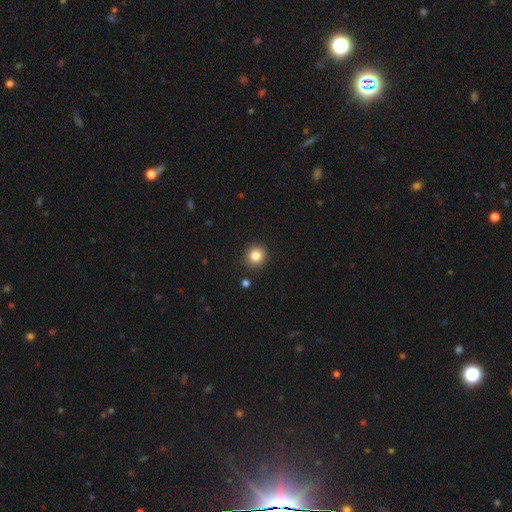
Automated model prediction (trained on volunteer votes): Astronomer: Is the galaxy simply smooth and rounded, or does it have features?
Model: smooth — 85%.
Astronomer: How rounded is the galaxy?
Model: round — 85%.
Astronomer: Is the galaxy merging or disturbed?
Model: none — 89%.